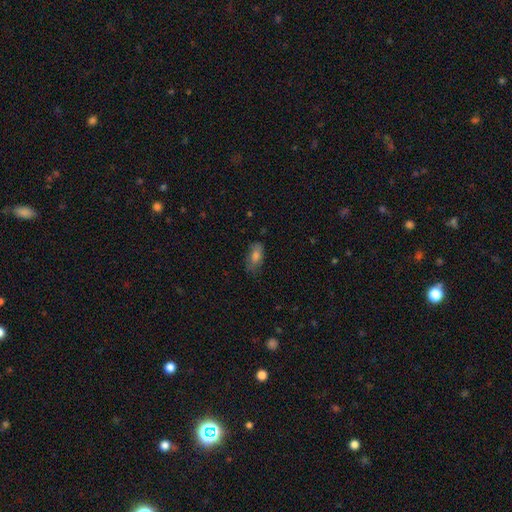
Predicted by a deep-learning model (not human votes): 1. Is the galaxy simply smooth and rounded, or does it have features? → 68% smooth, 21% featured or disk, 11% star or artifact.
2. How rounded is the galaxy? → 85% in between, 8% cigar-shaped, 6% round.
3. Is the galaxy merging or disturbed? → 66% none, 24% minor disturbance, 8% major disturbance, 2% merger.